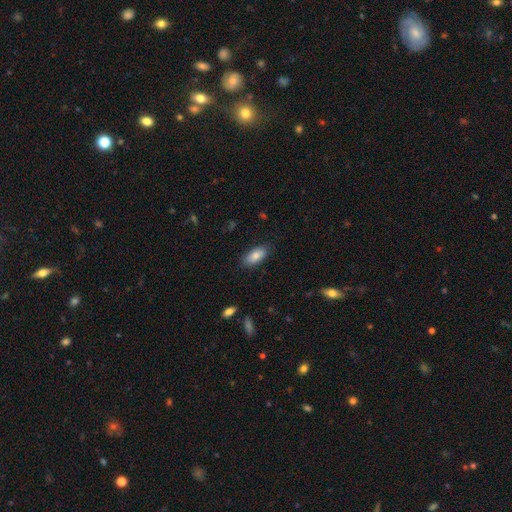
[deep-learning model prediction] Smooth or featured? Predicted: smooth (p=0.83). How rounded? Predicted: in between (p=0.89). Merging? Predicted: none (p=0.83).